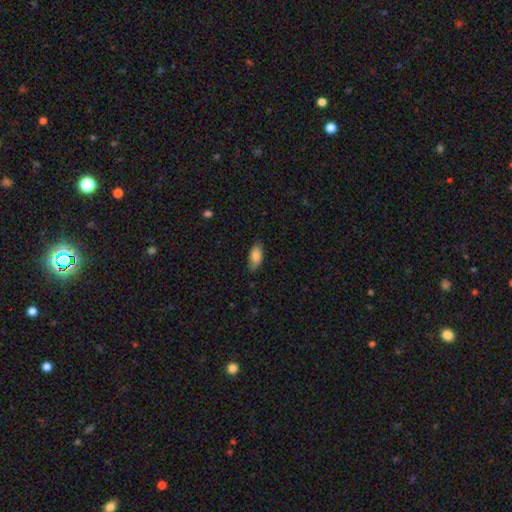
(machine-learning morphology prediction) The model was most divided on "merging": none: 76%, minor disturbance: 20%, major disturbance: 3%, merger: 1%. More confident: how rounded — in between (86%); smooth or featured — smooth (80%).